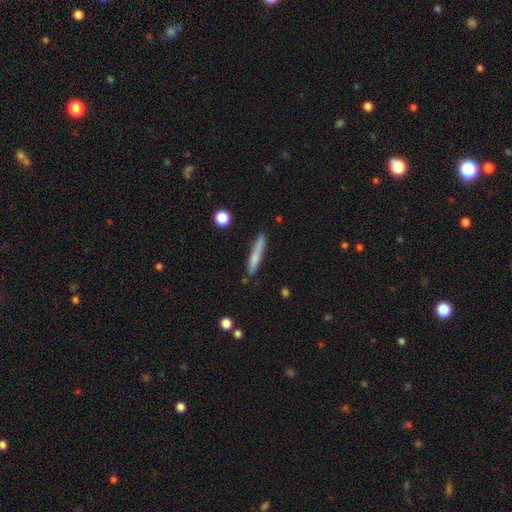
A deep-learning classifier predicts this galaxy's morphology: Smooth or featured? smooth (66%)
How rounded? cigar-shaped (93%)
Merging? none (81%)